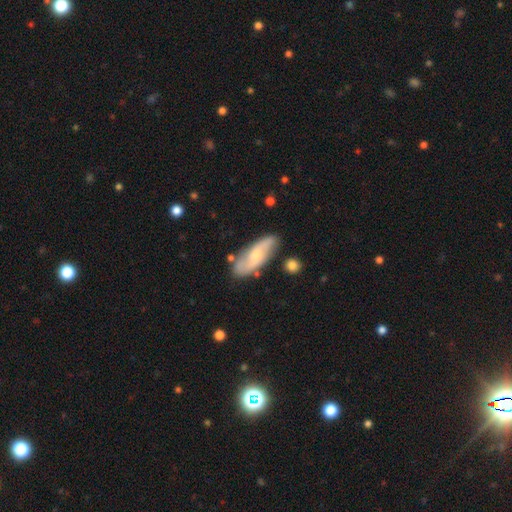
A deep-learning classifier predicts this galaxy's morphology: Smooth or featured? Predicted: featured or disk (p=0.50). Merging? Predicted: none (p=0.75).